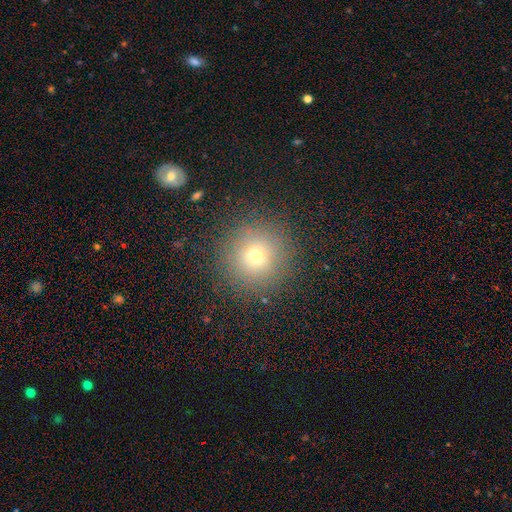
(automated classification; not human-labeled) Smooth or featured? smooth (69%)
How rounded? round (95%)
Merging? none (89%)